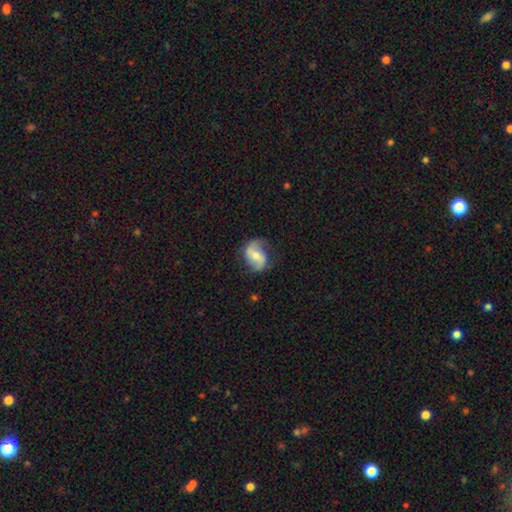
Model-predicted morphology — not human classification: A featured or disk galaxy (70%) with a weak bar (40%), 2 (87%) loose (53%) spiral arms (90%) and a moderate central bulge (59%).

Vote fractions:
- Smooth or featured? featured or disk: 70% / smooth: 24% / star or artifact: 6%
- Edge-on disk? no: 97% / yes: 3%
- Bar? weak: 40% / no: 37% / strong: 24%
- Spiral arms? yes: 90% / no: 10%
- Spiral winding? loose: 53% / medium: 34% / tight: 13%
- Spiral arm count? 2: 87% / can't tell: 5% / 1: 4% / 3: 1% / 4: 1% / more than 4: 1%
- Bulge size? moderate: 59% / small: 34% / large: 4% / none: 2% / dominant: 1%
- Merging? none: 70% / minor disturbance: 20% / major disturbance: 8% / merger: 1%